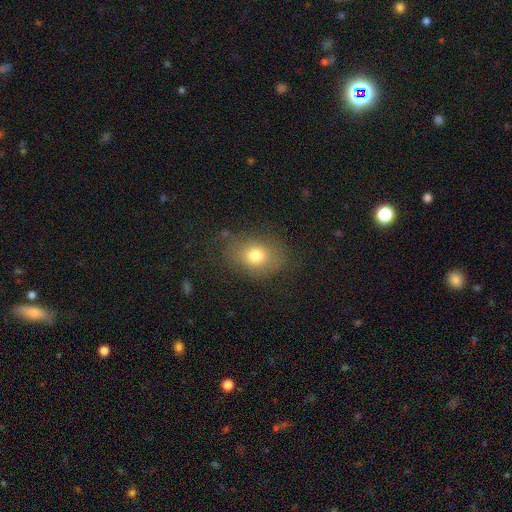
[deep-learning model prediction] A smooth galaxy with no disk features (74%) that is in between round and cigar-shaped (55%).

Vote fractions:
- Smooth or featured? smooth: 74% / featured or disk: 13% / star or artifact: 12%
- How rounded? in between: 55% / round: 44% / cigar-shaped: 1%
- Merging? none: 71% / minor disturbance: 18% / major disturbance: 9% / merger: 2%